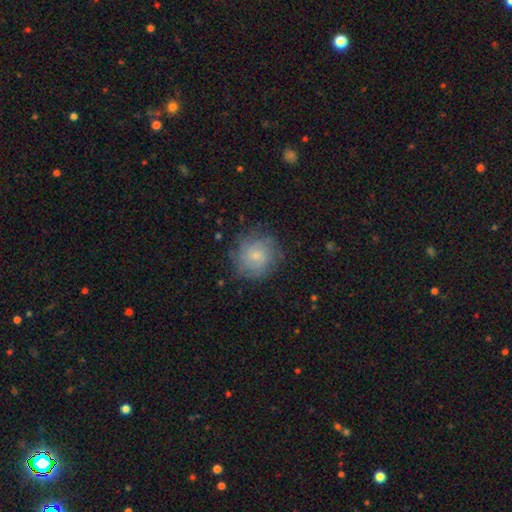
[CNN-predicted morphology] smooth-or-featured: smooth: 50% | featured or disk: 40% | star or artifact: 9%
  how-rounded: round: 90% | in between: 9% | cigar-shaped: 1%
  merging: none: 77% | minor disturbance: 15% | major disturbance: 6% | merger: 1%